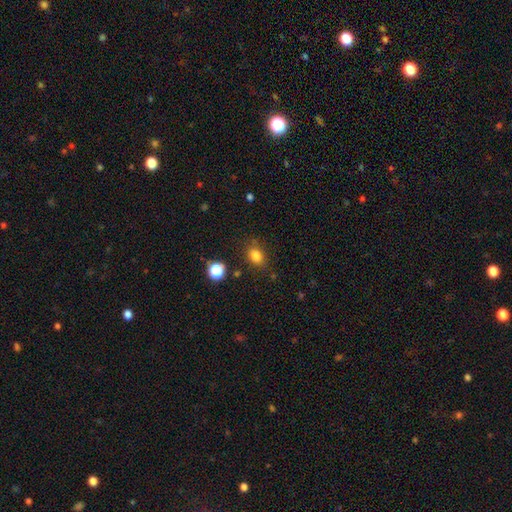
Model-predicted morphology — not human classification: A smooth galaxy with no disk features (81%) that is in between round and cigar-shaped (64%).

Vote fractions:
- Smooth or featured? smooth: 81% / star or artifact: 13% / featured or disk: 6%
- How rounded? in between: 64% / round: 34% / cigar-shaped: 1%
- Merging? none: 79% / minor disturbance: 14% / major disturbance: 4% / merger: 3%